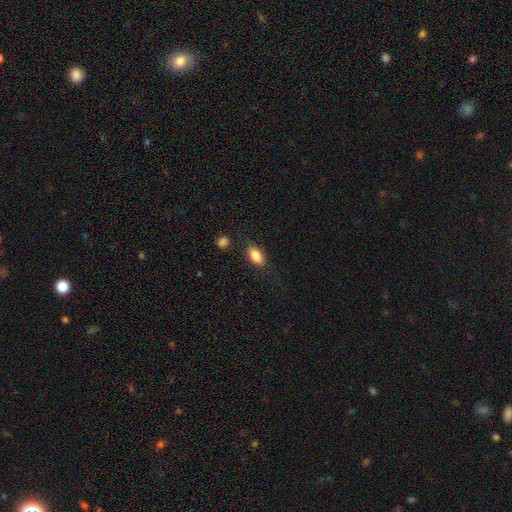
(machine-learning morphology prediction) smooth_or_featured: smooth (p=0.84) [alt: featured or disk p=0.08]
how_rounded: in between (p=0.90) [alt: cigar-shaped p=0.05]
merging: none (p=0.82) [alt: minor disturbance p=0.12]